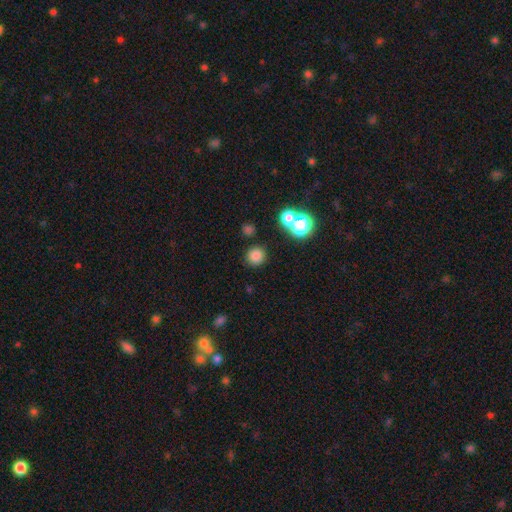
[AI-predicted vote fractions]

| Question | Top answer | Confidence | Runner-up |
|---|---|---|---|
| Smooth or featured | smooth | 78% | star or artifact (17%) |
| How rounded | round | 92% | in between (7%) |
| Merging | none | 85% | minor disturbance (7%) |